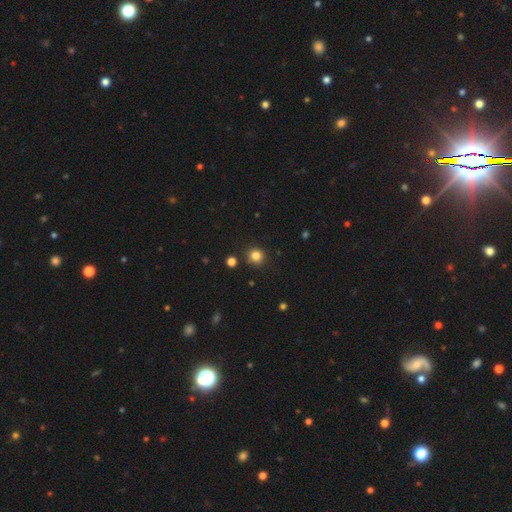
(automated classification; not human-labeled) A smooth galaxy with no disk features (82%) that is round (90%). Merging: none (86%).